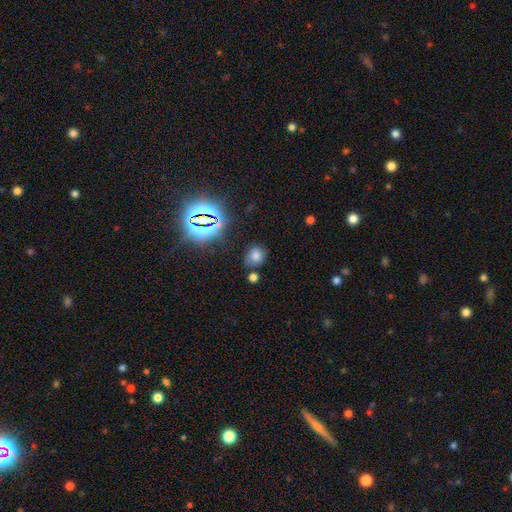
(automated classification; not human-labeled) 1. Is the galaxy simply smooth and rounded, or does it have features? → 68% smooth, 24% star or artifact, 8% featured or disk.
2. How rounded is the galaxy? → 70% round, 29% in between, 1% cigar-shaped.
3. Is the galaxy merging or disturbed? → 74% none, 14% minor disturbance, 8% merger, 4% major disturbance.